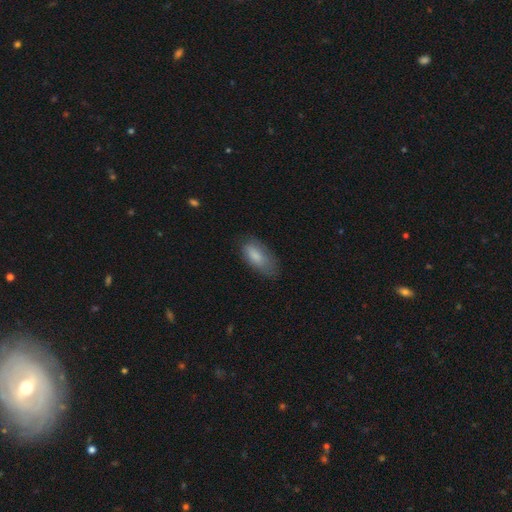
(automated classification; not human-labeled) Smooth or featured? Predicted: smooth (p=0.80). How rounded? Predicted: in between (p=0.87). Merging? Predicted: none (p=0.64).